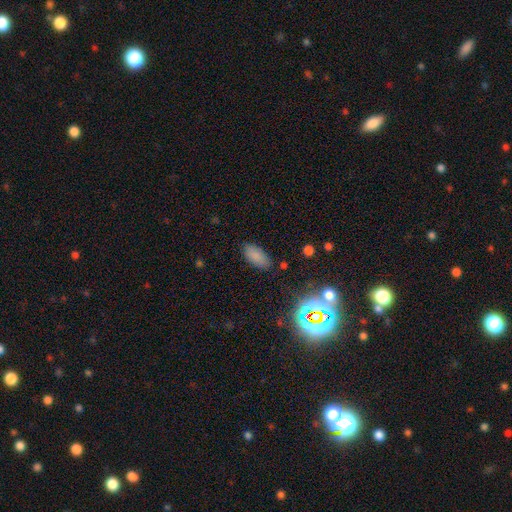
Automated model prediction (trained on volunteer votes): A smooth galaxy with no disk features (81%) that is in between round and cigar-shaped (90%).

Vote fractions:
- Smooth or featured? smooth: 81% / star or artifact: 12% / featured or disk: 6%
- How rounded? in between: 90% / cigar-shaped: 7% / round: 3%
- Merging? none: 83% / minor disturbance: 12% / major disturbance: 3% / merger: 2%